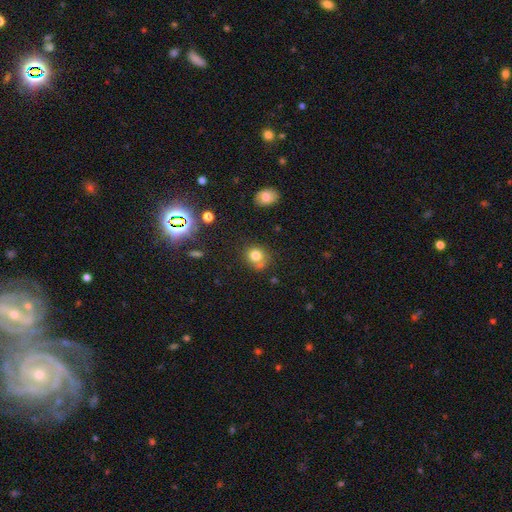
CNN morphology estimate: smooth-or-featured: smooth: 77% | star or artifact: 14% | featured or disk: 9%
  how-rounded: round: 76% | in between: 24% | cigar-shaped: 1%
  merging: none: 61% | minor disturbance: 20% | merger: 12% | major disturbance: 7%